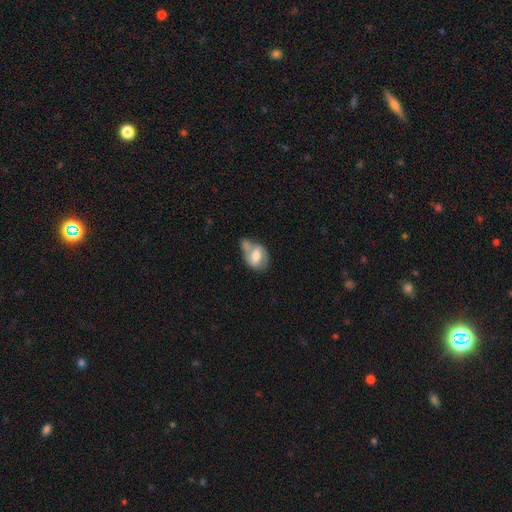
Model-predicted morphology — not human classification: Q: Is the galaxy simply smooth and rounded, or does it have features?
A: featured or disk — 50%.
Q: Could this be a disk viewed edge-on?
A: no — 95%.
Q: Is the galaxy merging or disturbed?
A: merger — 32%.